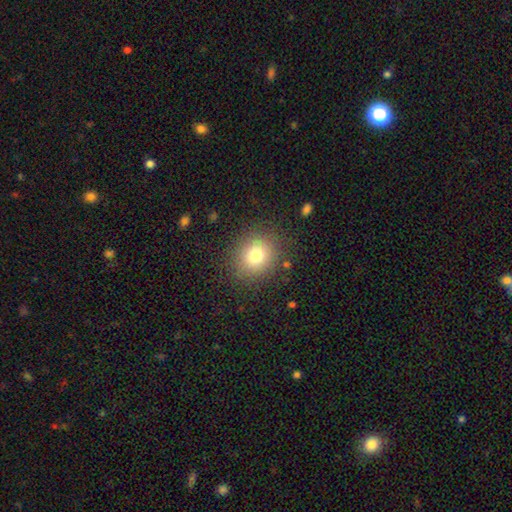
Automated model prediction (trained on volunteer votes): A smooth galaxy with no disk features (76%) that is round (78%).

Vote fractions:
- Smooth or featured? smooth: 76% / star or artifact: 13% / featured or disk: 11%
- How rounded? round: 78% / in between: 21% / cigar-shaped: 1%
- Merging? none: 85% / minor disturbance: 9% / major disturbance: 4% / merger: 1%